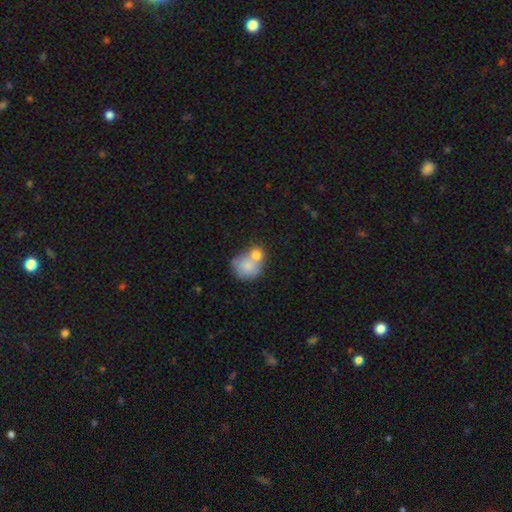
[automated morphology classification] Smooth or featured? Predicted: smooth (p=0.52). How rounded? Predicted: round (p=0.57). Merging? Predicted: none (p=0.46).